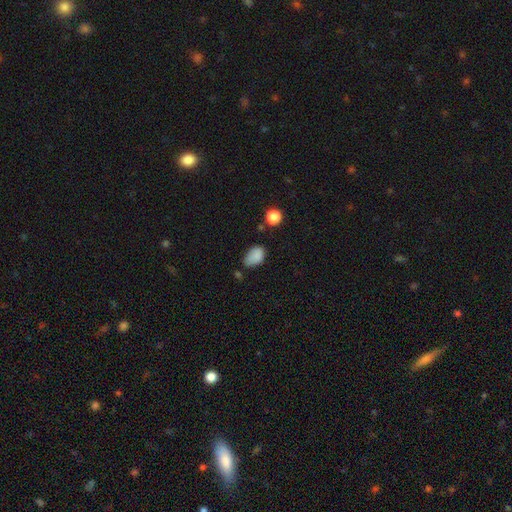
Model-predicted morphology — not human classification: This appears to be a smooth galaxy with no disk features (84%) that is in between round and cigar-shaped (86%). Merging: none (51%).